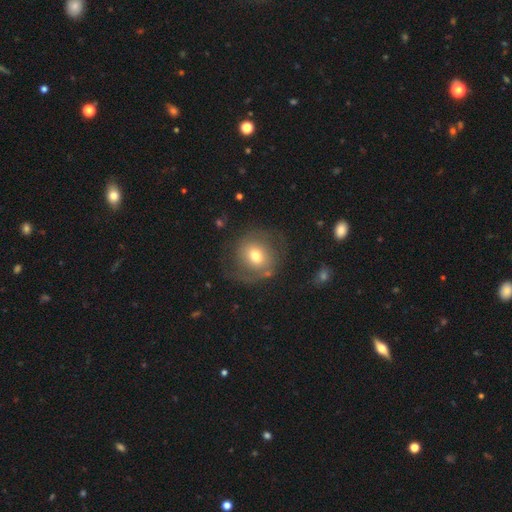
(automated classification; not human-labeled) Morphology: type=featured or disk (50%); edge-on=no (97%); merging=none (65%).